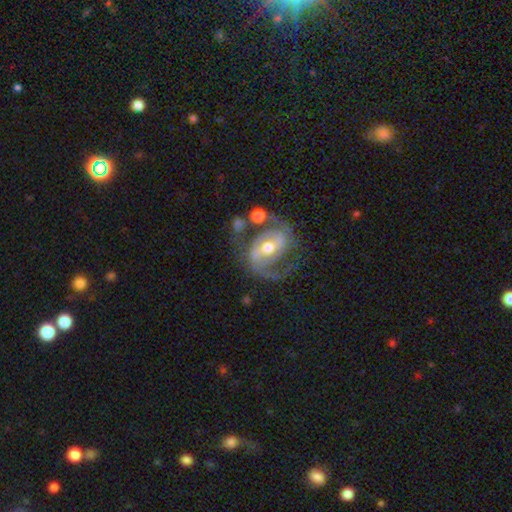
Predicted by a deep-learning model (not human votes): smooth_or_featured: featured or disk (p=0.86) [alt: smooth p=0.09]
disk_edge_on: no (p=0.97) [alt: yes p=0.03]
bar: strong (p=0.44) [alt: weak p=0.38]
has_spiral_arms: yes (p=0.93) [alt: no p=0.07]
spiral_winding: medium (p=0.53) [alt: tight p=0.24]
spiral_arm_count: 2 (p=0.84) [alt: 1 p=0.07]
bulge_size: moderate (p=0.70) [alt: small p=0.22]
merging: none (p=0.57) [alt: minor disturbance p=0.18]